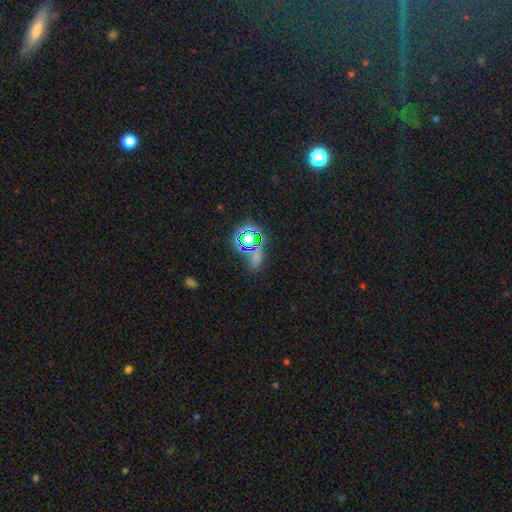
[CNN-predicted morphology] This appears to be a star or artifact, not a galaxy (48%).